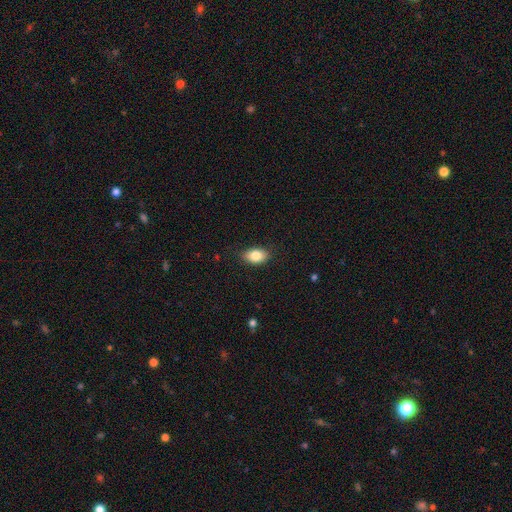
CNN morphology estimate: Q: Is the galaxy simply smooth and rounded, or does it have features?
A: smooth — 84%.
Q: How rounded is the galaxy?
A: in between — 87%.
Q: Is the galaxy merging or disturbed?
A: none — 85%.